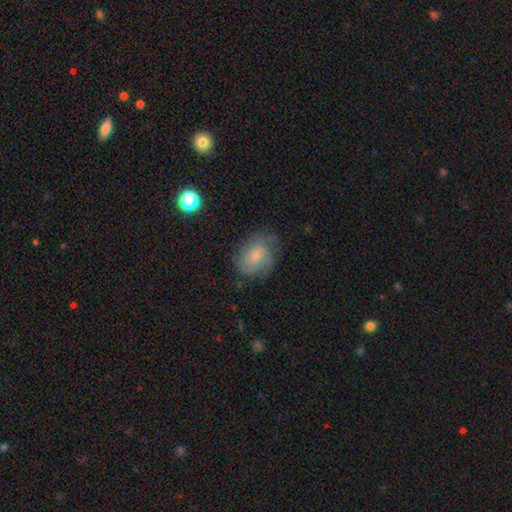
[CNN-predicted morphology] A featured or disk galaxy (52%) with no bar (59%), spiral arms (85%) and a small central bulge (58%).

Vote fractions:
- Smooth or featured? featured or disk: 52% / smooth: 38% / star or artifact: 9%
- Edge-on disk? no: 97% / yes: 3%
- Bar? no: 59% / weak: 36% / strong: 5%
- Spiral arms? yes: 85% / no: 15%
- Bulge size? small: 58% / moderate: 28% / none: 10% / large: 3% / dominant: 1%
- Merging? none: 61% / minor disturbance: 25% / major disturbance: 13% / merger: 2%